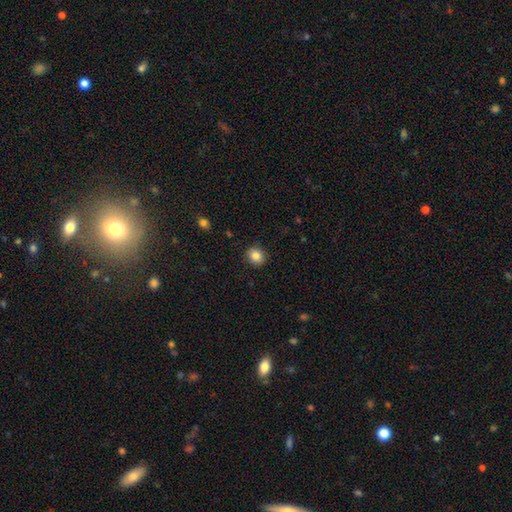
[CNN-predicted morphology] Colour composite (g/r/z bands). It shows a smooth galaxy with no disk features (85%) that is round (72%). Merging: none (89%).